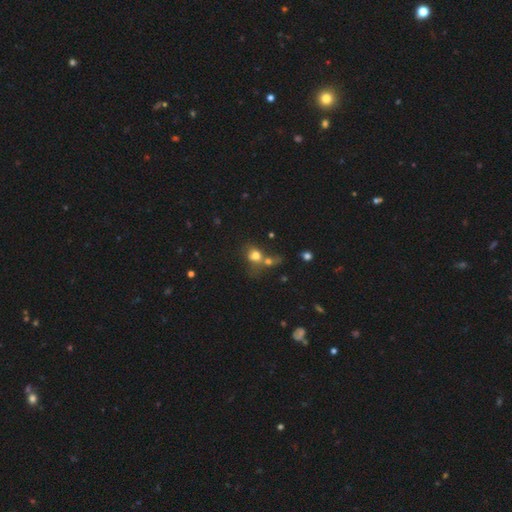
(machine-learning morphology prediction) Overall: smooth (71%). How rounded: round (64%; in between 35%). Merging: merger (58%; none 25%).